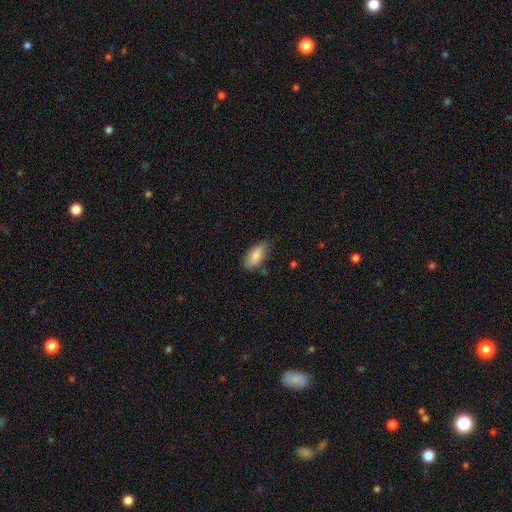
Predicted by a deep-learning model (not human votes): Q: Smooth or featured?
A: smooth (85%); runner-up: featured or disk (8%)
Q: How rounded?
A: in between (85%); runner-up: cigar-shaped (13%)
Q: Merging?
A: none (73%); runner-up: minor disturbance (22%)